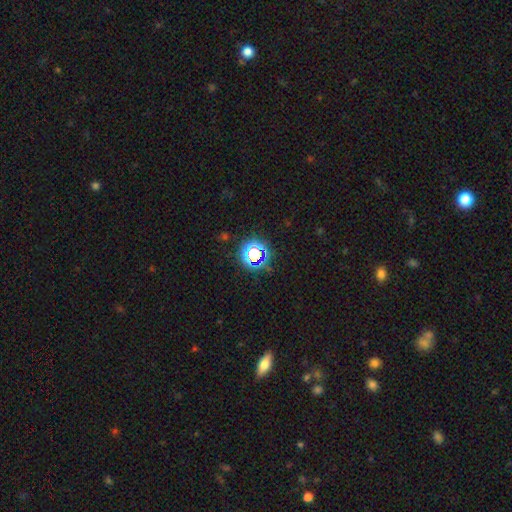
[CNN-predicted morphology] type=star or artifact (67%).